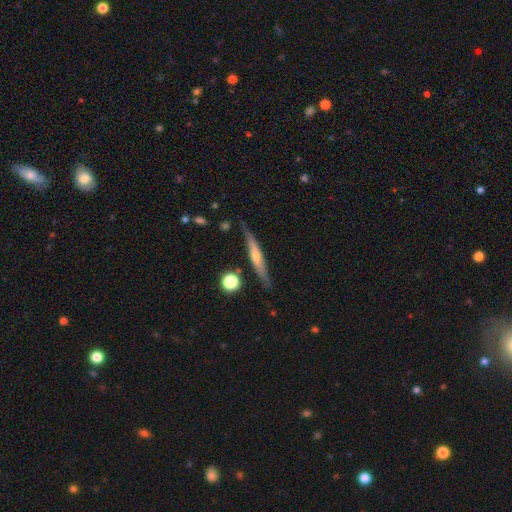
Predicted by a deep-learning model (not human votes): Smooth or featured? Predicted: featured or disk (p=0.60). Edge-on disk? Predicted: yes (p=0.94). Edge-on bulge? Predicted: rounded (p=0.67). Merging? Predicted: none (p=0.81).